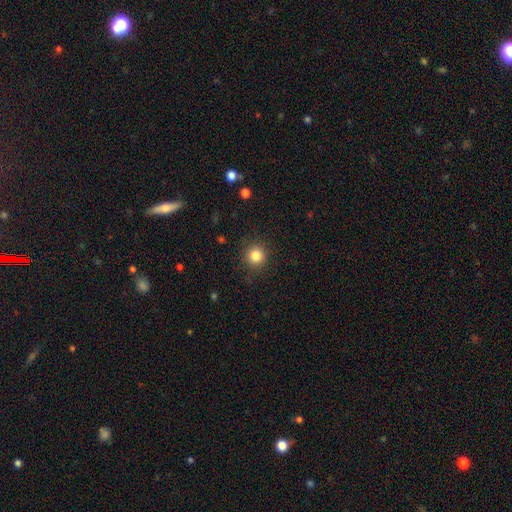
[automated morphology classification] smooth 83%, star or artifact 12%, featured or disk 5%. Down the decision tree: how rounded — round (93%); merging — none (89%).